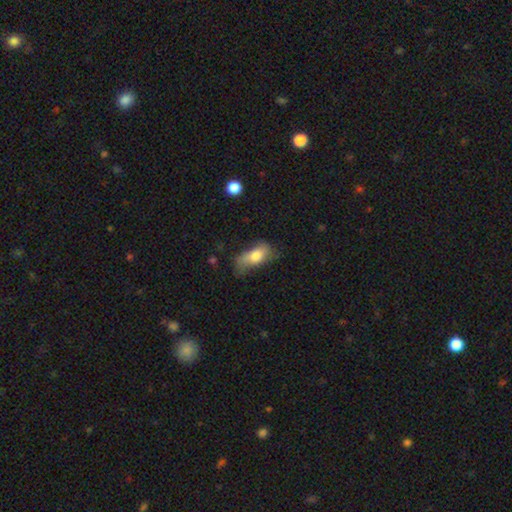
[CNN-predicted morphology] This appears to be a smooth galaxy with no disk features (68%) that is in between round and cigar-shaped (84%). Merging: none (39%).